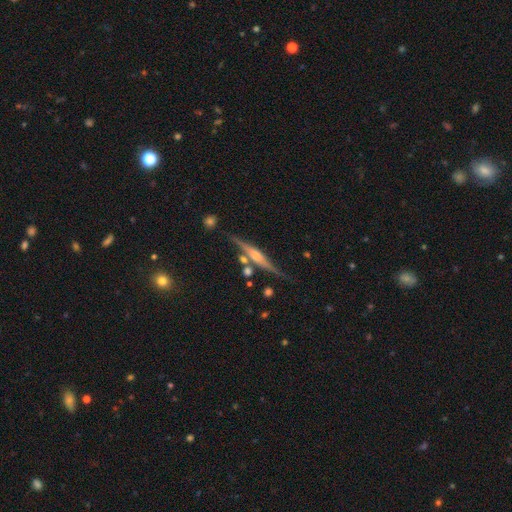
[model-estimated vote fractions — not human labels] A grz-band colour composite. It shows a featured or disk galaxy (75%) viewed edge-on (96%) with a rounded central bulge (70%). Merging: none (74%).